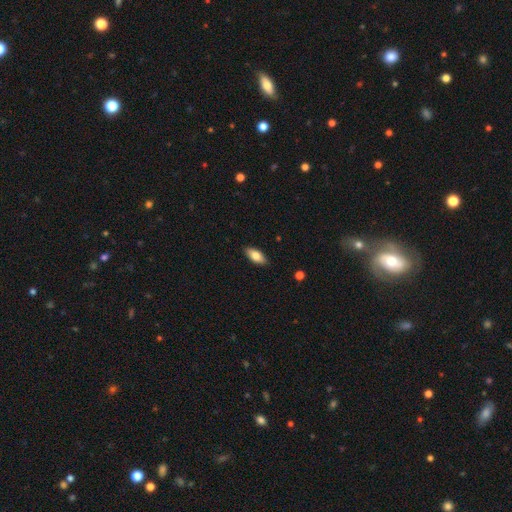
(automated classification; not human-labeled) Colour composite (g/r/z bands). It shows a smooth galaxy with no disk features (77%) that is in between round and cigar-shaped (85%). Merging: none (88%).